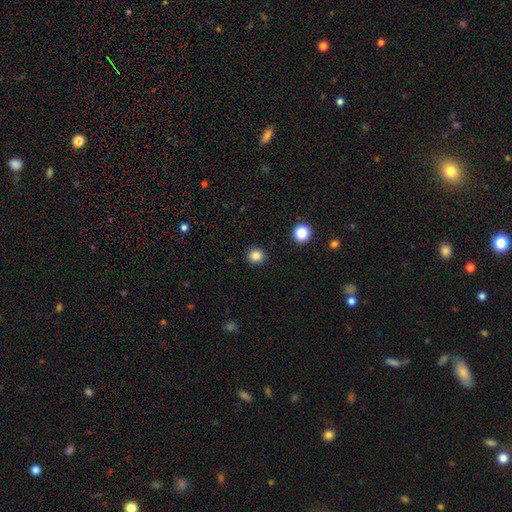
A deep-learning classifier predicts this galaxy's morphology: Q: Smooth or featured?
A: smooth (85%); runner-up: star or artifact (12%)
Q: How rounded?
A: round (86%); runner-up: in between (13%)
Q: Merging?
A: none (91%); runner-up: minor disturbance (6%)